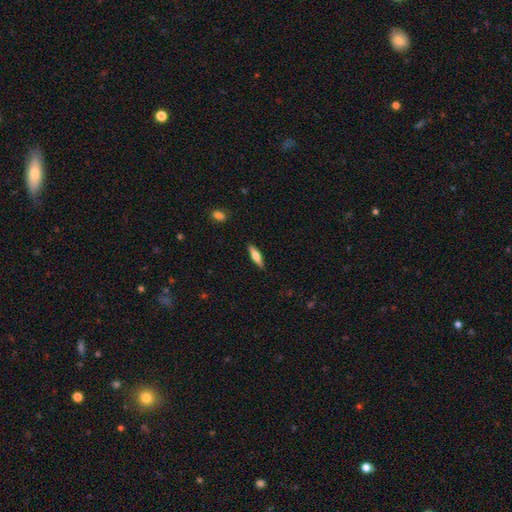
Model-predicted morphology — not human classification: smooth_or_featured: smooth (p=0.62) [alt: featured or disk p=0.32]
how_rounded: cigar-shaped (p=0.65) [alt: in between p=0.33]
merging: none (p=0.88) [alt: minor disturbance p=0.09]